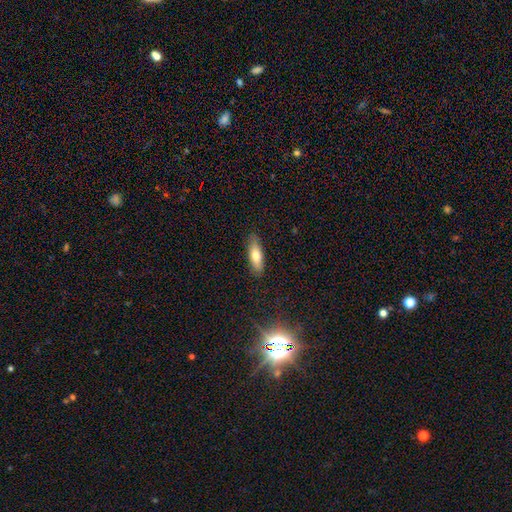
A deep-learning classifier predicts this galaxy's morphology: A smooth galaxy with no disk features (73%) that is in between round and cigar-shaped (53%). Merging: none (86%).